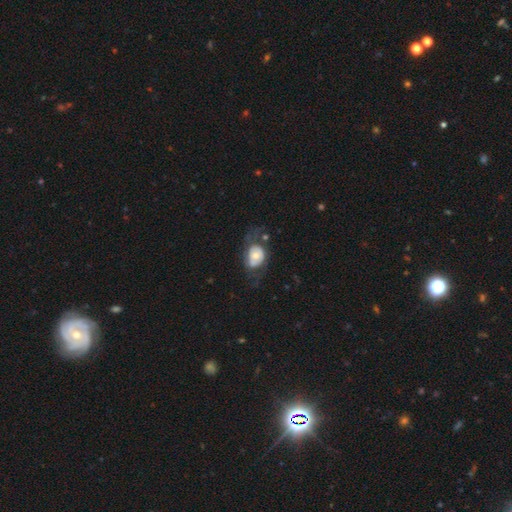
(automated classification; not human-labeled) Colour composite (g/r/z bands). It shows a featured or disk galaxy (49%). Merging: none (40%).